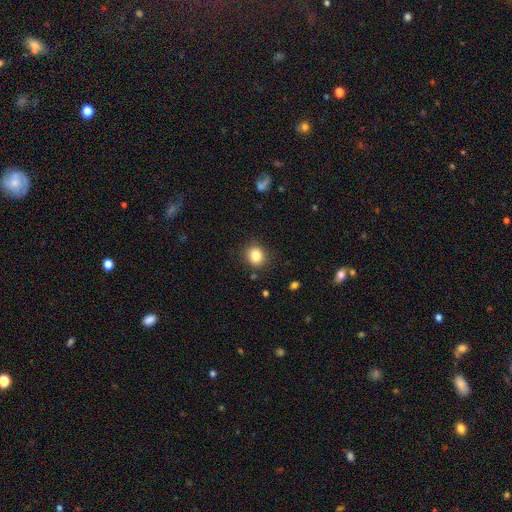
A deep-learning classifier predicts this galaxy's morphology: Smooth or featured? smooth (83%)
How rounded? round (79%)
Merging? none (86%)